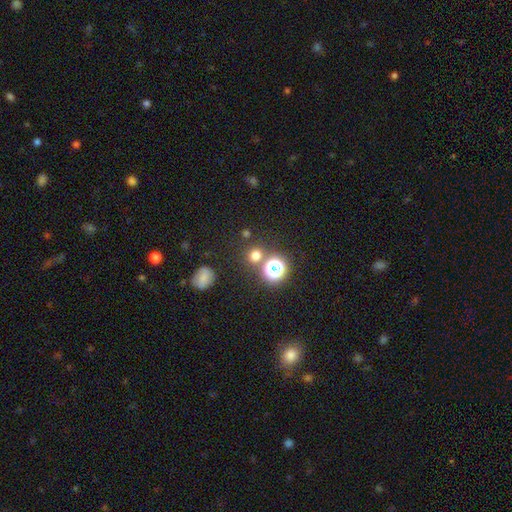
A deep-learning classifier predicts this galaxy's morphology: smooth 69%, star or artifact 26%, featured or disk 6%. Down the decision tree: how rounded — round (87%); merging — none (78%).